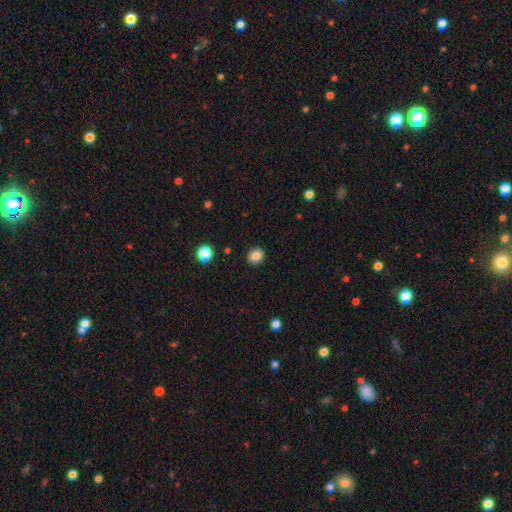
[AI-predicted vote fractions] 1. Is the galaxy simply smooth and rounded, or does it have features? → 85% smooth, 11% star or artifact, 4% featured or disk.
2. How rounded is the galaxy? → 86% round, 14% in between, 1% cigar-shaped.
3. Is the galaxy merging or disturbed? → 90% none, 7% minor disturbance, 2% major disturbance, 1% merger.